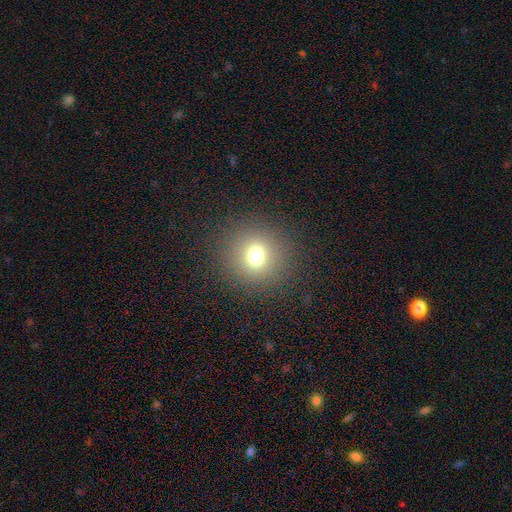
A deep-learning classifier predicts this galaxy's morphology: Overall: smooth (72%). How rounded: round (92%). Merging: none (89%).